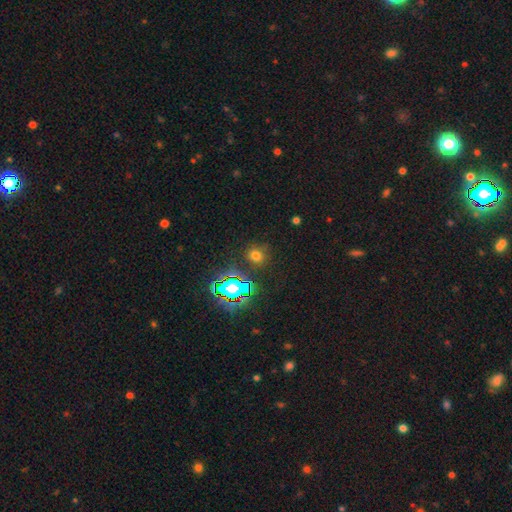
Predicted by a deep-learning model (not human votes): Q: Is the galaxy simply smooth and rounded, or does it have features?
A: smooth — 61%.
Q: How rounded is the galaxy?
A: round — 79%.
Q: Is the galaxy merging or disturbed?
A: none — 83%.